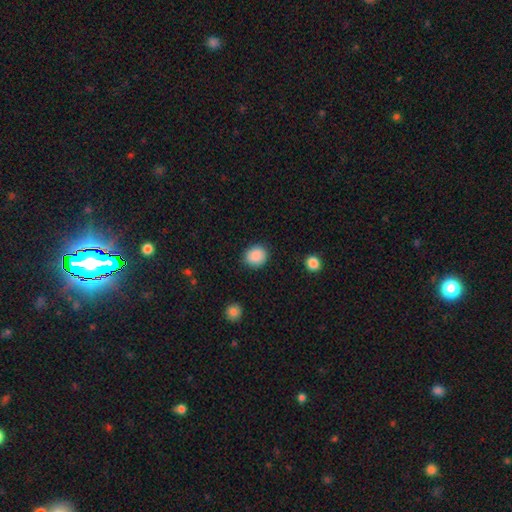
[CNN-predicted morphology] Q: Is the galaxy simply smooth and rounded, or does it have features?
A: smooth — 89%.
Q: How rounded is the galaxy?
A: round — 75%.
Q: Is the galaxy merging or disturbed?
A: none — 87%.